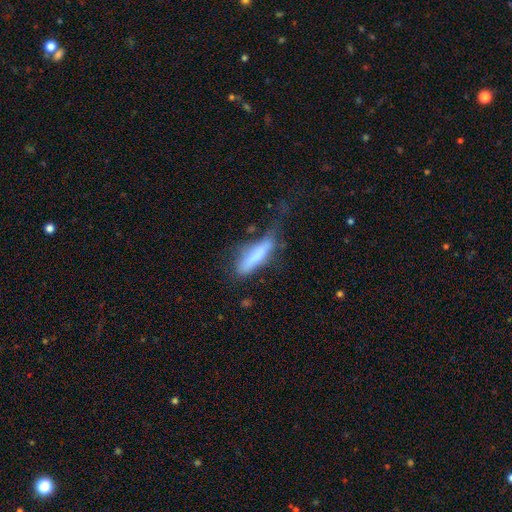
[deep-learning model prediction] smooth-or-featured: smooth: 69% | featured or disk: 24% | star or artifact: 8%
  how-rounded: cigar-shaped: 73% | in between: 25% | round: 2%
  merging: none: 37% | minor disturbance: 31% | major disturbance: 27% | merger: 4%